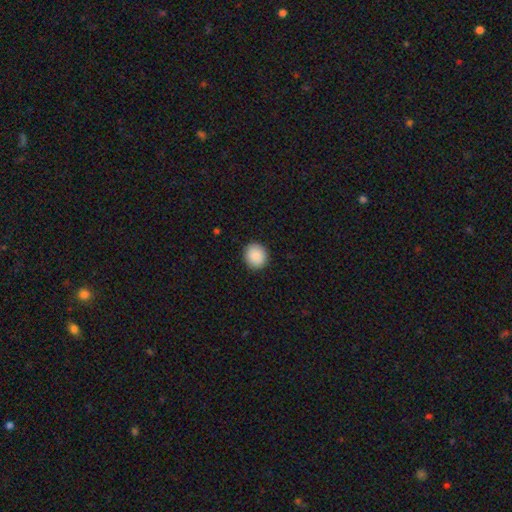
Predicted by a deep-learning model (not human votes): Smooth or featured? Predicted: smooth (p=0.90). How rounded? Predicted: round (p=0.86). Merging? Predicted: none (p=0.91).